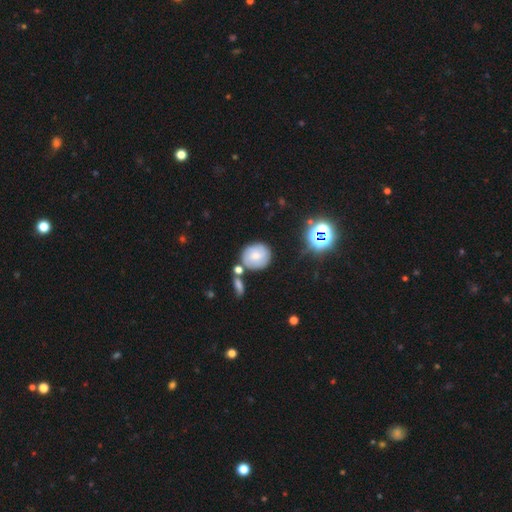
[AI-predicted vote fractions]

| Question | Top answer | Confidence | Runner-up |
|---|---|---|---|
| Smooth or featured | smooth | 60% | featured or disk (28%) |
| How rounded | round | 77% | in between (22%) |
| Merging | none | 68% | minor disturbance (15%) |